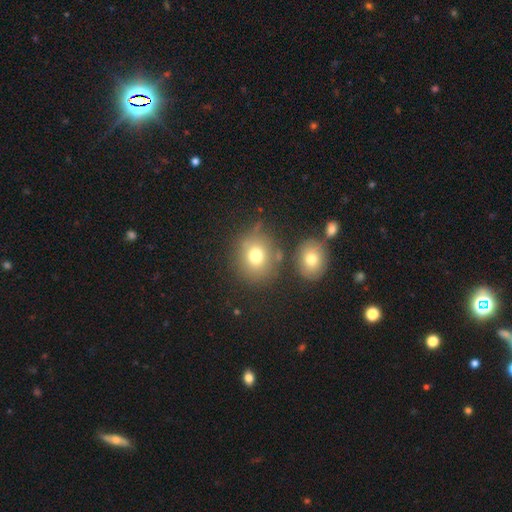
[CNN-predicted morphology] Q: Smooth or featured?
A: smooth (74%); runner-up: star or artifact (13%)
Q: How rounded?
A: round (76%); runner-up: in between (23%)
Q: Merging?
A: none (68%); runner-up: merger (15%)